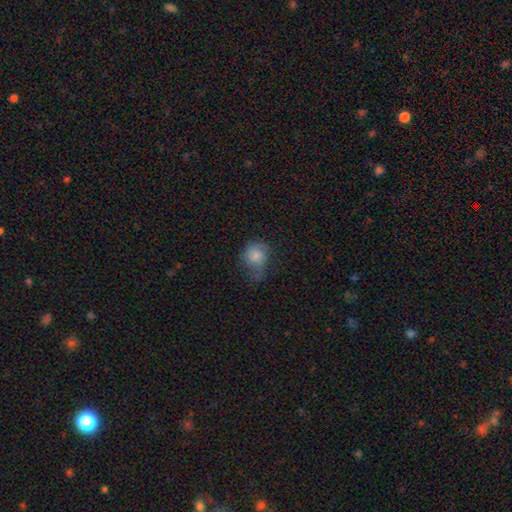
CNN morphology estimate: Smooth or featured?
  - smooth: 75% *
  - featured or disk: 17%
  - star or artifact: 9%
How rounded?
  - round: 64% *
  - in between: 35%
  - cigar-shaped: 1%
Merging?
  - minor disturbance: 35% *
  - none: 34%
  - major disturbance: 28%
  - merger: 3%